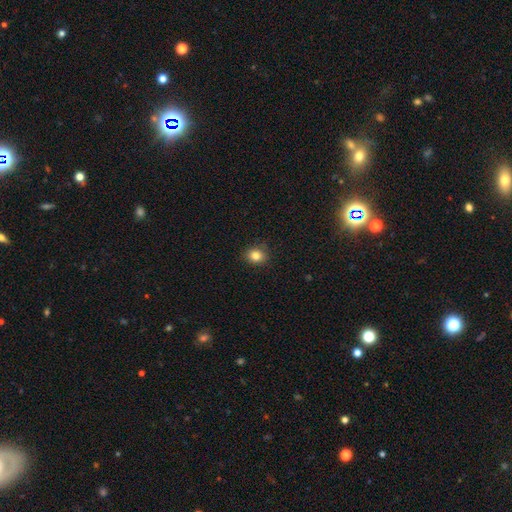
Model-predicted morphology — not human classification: A smooth galaxy with no disk features (83%) that is round (71%). Merging: none (87%).